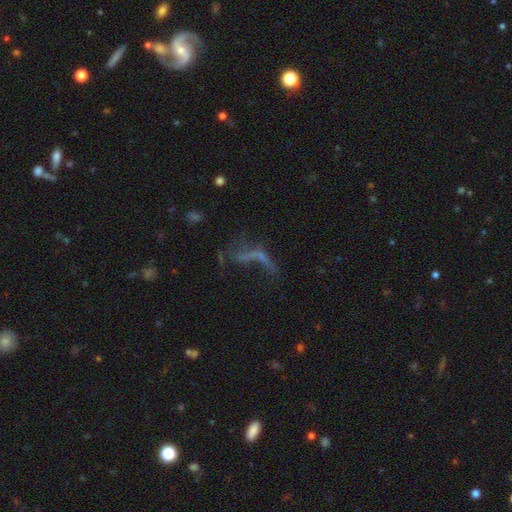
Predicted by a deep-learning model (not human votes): Smooth or featured: featured or disk — 45% (smooth — 28%)
Merging: major disturbance — 42% (none — 32%)